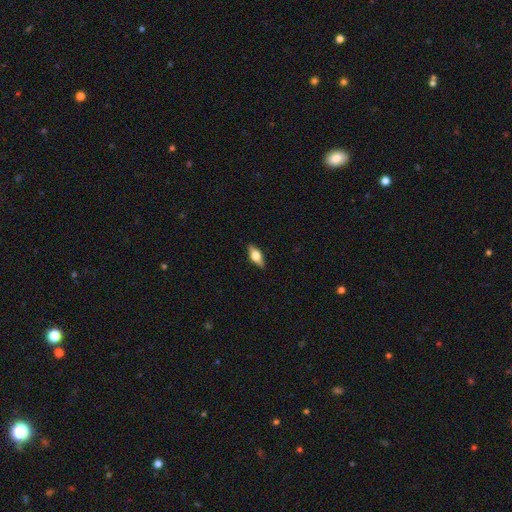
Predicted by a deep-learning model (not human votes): Smooth or featured? smooth (53%)
How rounded? in between (73%)
Merging? none (88%)